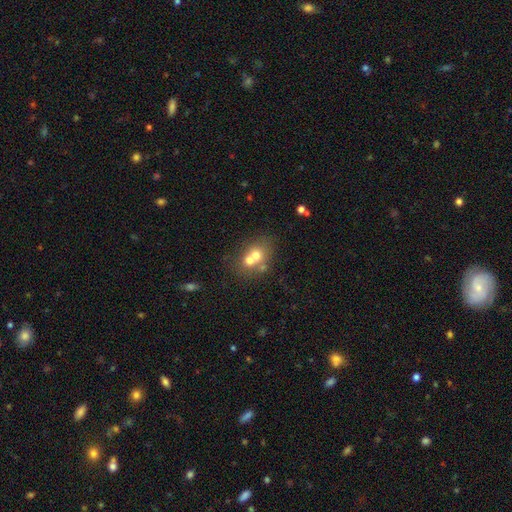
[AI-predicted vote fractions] This appears to be a smooth galaxy with no disk features (61%) that is round (66%). Merging: merger (57%).